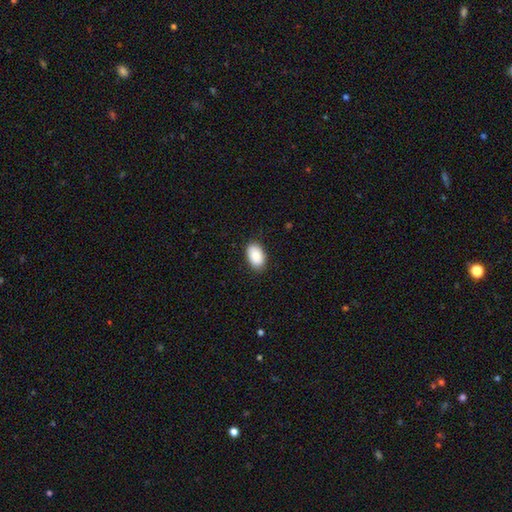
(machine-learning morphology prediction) Smooth or featured? Predicted: smooth (p=0.85). How rounded? Predicted: in between (p=0.91). Merging? Predicted: none (p=0.85).